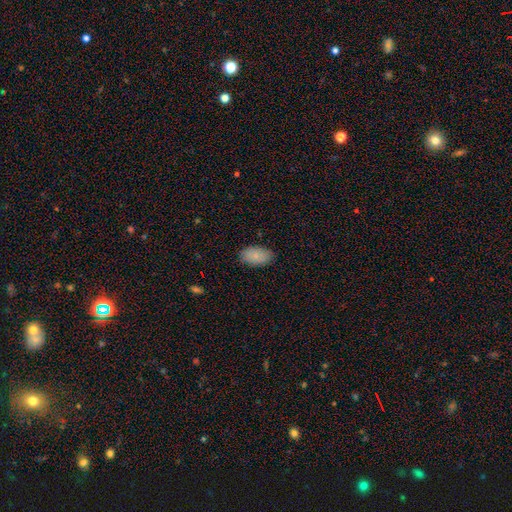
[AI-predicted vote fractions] Smooth or featured? Predicted: smooth (p=0.85). How rounded? Predicted: in between (p=0.95). Merging? Predicted: none (p=0.86).